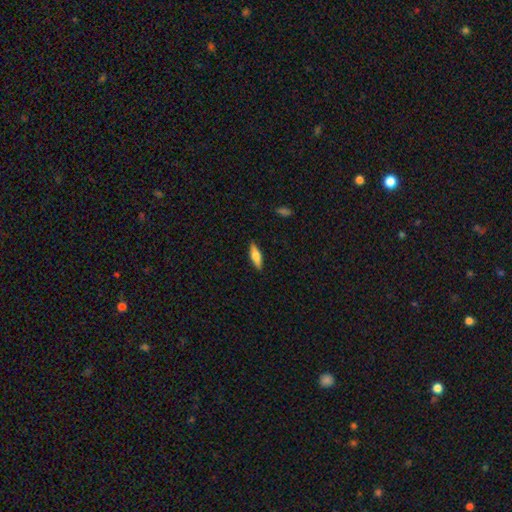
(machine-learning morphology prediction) A smooth galaxy with no disk features (62%) that is in between round and cigar-shaped (50%).

Vote fractions:
- Smooth or featured? smooth: 62% / featured or disk: 31% / star or artifact: 6%
- How rounded? in between: 50% / cigar-shaped: 48% / round: 2%
- Merging? none: 88% / minor disturbance: 9% / major disturbance: 2% / merger: 1%